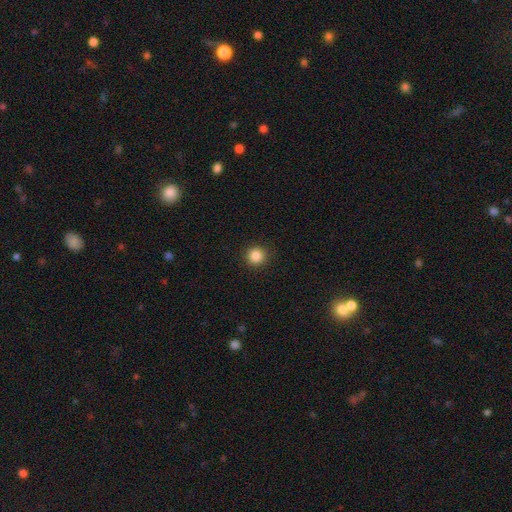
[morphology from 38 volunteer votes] smooth-or-featured: smooth: 92% | star or artifact: 5% | featured or disk: 3%
  how-rounded: round: 97% | cigar-shaped: 3% | in between: 0%
  merging: none: 94% | major disturbance: 6% | minor disturbance: 0% | merger: 0%